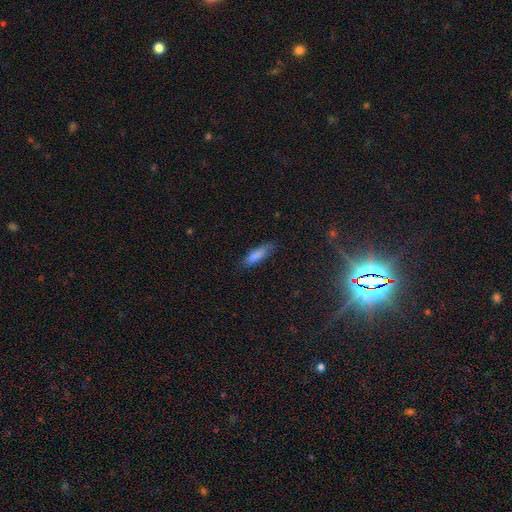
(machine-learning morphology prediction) smooth 83%, featured or disk 9%, star or artifact 8%. Down the decision tree: how rounded — cigar-shaped (53%); merging — none (75%).